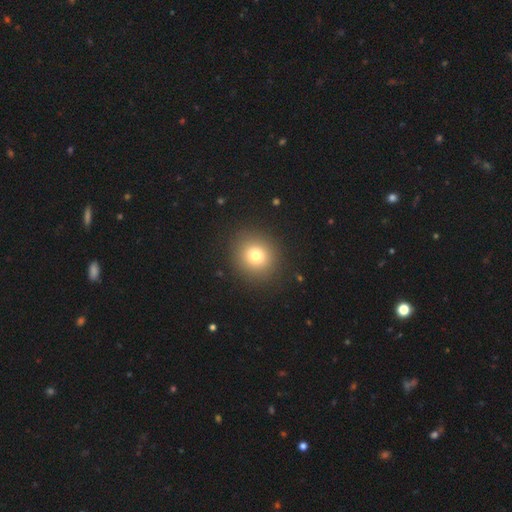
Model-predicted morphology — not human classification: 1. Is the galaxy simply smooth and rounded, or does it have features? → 77% smooth, 14% star or artifact, 10% featured or disk.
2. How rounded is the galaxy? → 87% round, 12% in between, 1% cigar-shaped.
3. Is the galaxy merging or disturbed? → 90% none, 6% minor disturbance, 3% major disturbance, 1% merger.